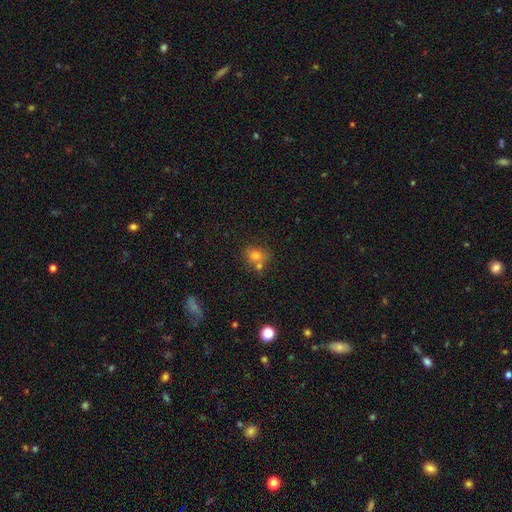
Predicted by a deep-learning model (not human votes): This is likely a smooth galaxy (74%). How rounded: likely round (61%). Merging: possibly none (51%).